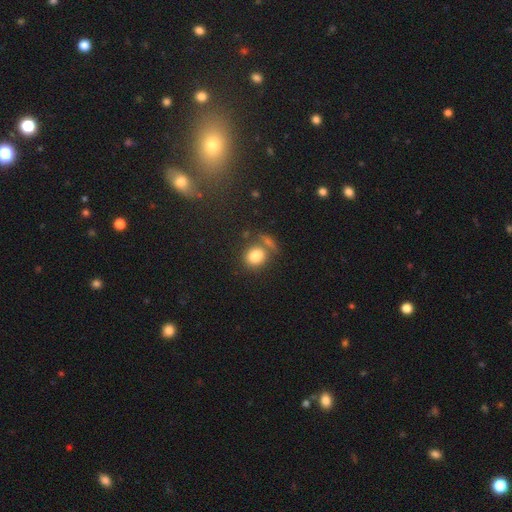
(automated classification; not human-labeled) smooth 83%, star or artifact 10%, featured or disk 7%. Down the decision tree: how rounded — round (66%); merging — none (58%).